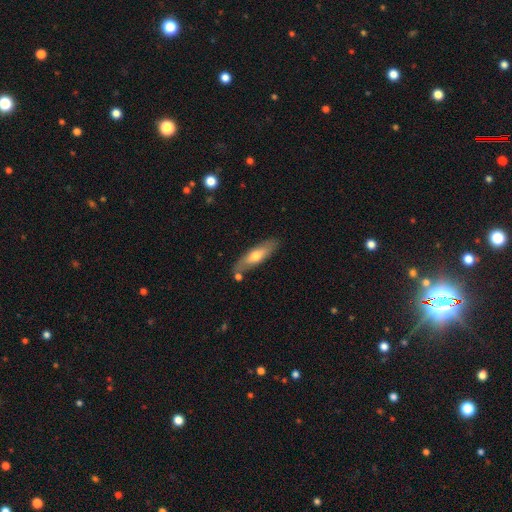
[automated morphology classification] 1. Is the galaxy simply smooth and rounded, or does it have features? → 58% smooth, 37% featured or disk, 6% star or artifact.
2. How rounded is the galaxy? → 58% cigar-shaped, 40% in between, 2% round.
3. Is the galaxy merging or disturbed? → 76% none, 14% minor disturbance, 7% merger, 3% major disturbance.